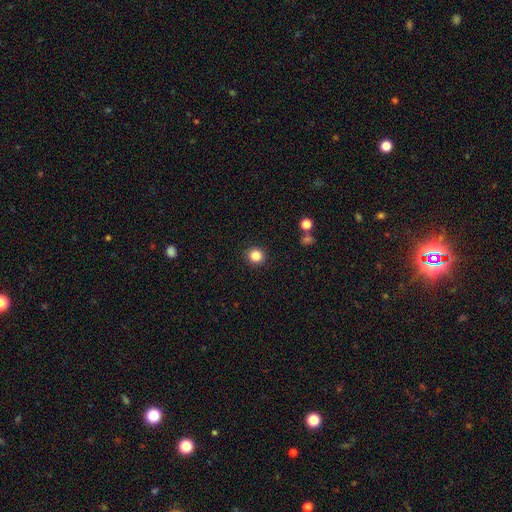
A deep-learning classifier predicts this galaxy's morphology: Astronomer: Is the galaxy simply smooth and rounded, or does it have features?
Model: smooth — 85%.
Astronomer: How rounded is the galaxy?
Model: round — 92%.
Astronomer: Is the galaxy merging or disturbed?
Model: none — 92%.